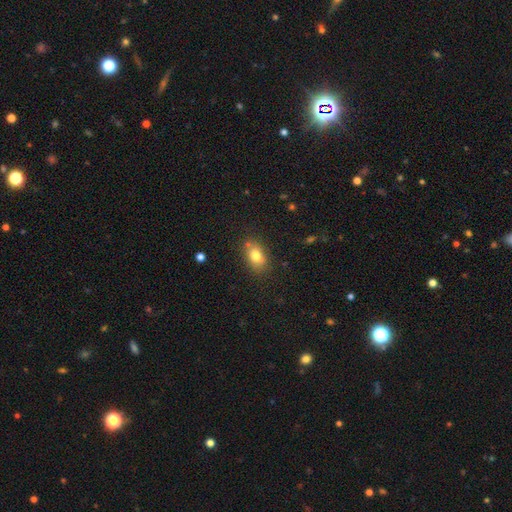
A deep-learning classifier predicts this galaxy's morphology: The model was most divided on "merging": none: 76%, minor disturbance: 15%, merger: 5%, major disturbance: 4%. More confident: how rounded — in between (81%); smooth or featured — smooth (78%).